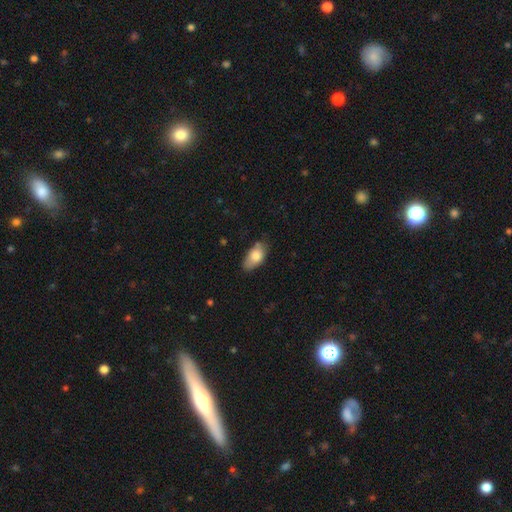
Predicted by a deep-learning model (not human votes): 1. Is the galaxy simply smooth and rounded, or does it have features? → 79% smooth, 14% featured or disk, 7% star or artifact.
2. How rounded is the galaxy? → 91% in between, 5% round, 4% cigar-shaped.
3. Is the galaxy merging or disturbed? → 64% none, 28% minor disturbance, 6% major disturbance, 2% merger.